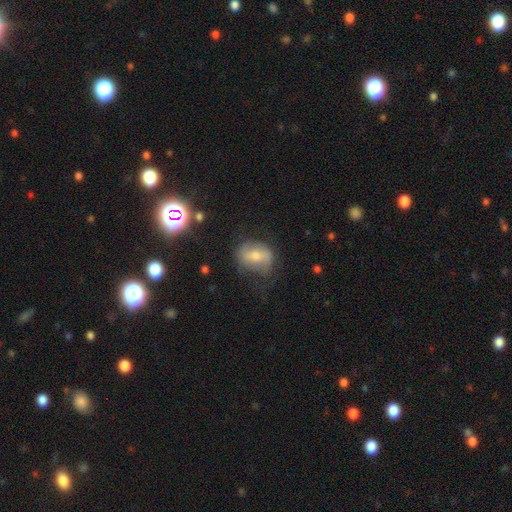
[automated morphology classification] smooth_or_featured: smooth (p=0.47) [alt: featured or disk p=0.44]
merging: none (p=0.54) [alt: minor disturbance p=0.26]